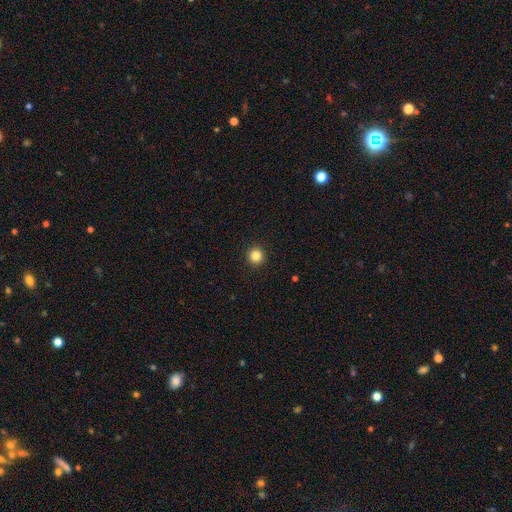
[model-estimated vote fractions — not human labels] Smooth or featured: smooth — 84% (star or artifact — 12%)
How rounded: round — 96% (in between — 3%)
Merging: none — 94% (minor disturbance — 4%)